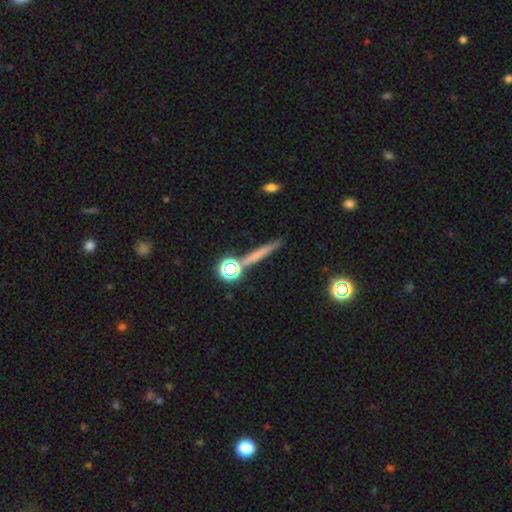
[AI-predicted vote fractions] Smooth or featured? smooth (55%)
How rounded? cigar-shaped (82%)
Merging? none (80%)